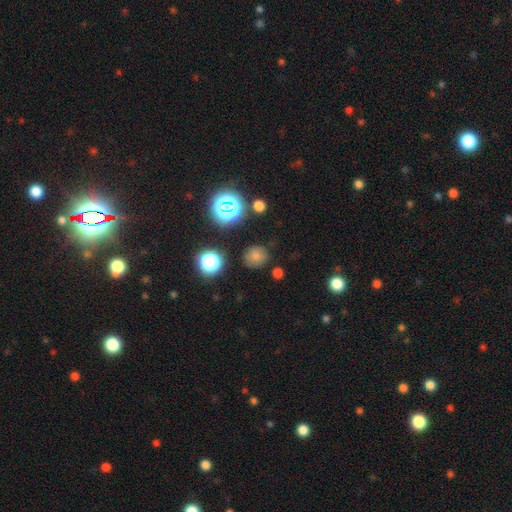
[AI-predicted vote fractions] smooth-or-featured: smooth: 68% | star or artifact: 22% | featured or disk: 10%
  how-rounded: round: 86% | in between: 13% | cigar-shaped: 1%
  merging: none: 82% | minor disturbance: 12% | major disturbance: 4% | merger: 3%